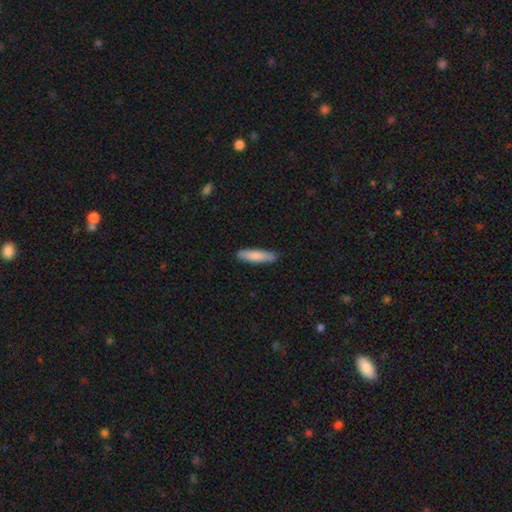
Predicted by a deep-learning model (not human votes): smooth 83%, featured or disk 12%, star or artifact 5%. Down the decision tree: how rounded — cigar-shaped (79%); merging — none (87%).